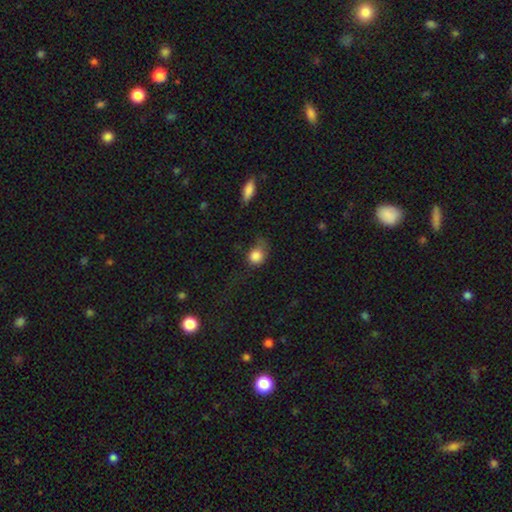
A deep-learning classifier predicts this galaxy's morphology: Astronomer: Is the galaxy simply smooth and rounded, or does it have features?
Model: smooth — 83%.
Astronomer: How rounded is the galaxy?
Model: round — 65%.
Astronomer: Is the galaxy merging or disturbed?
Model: none — 34% (runner-up: minor disturbance, 32%).